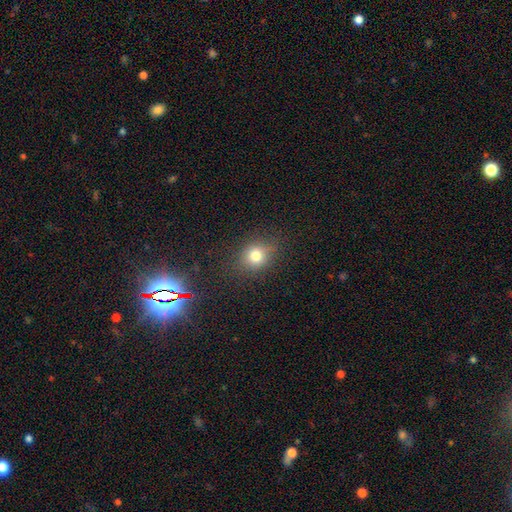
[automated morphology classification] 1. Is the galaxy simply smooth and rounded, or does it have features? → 75% smooth, 15% star or artifact, 9% featured or disk.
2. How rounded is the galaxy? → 66% round, 33% in between, 1% cigar-shaped.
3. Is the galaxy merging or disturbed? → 80% none, 14% minor disturbance, 5% major disturbance, 2% merger.